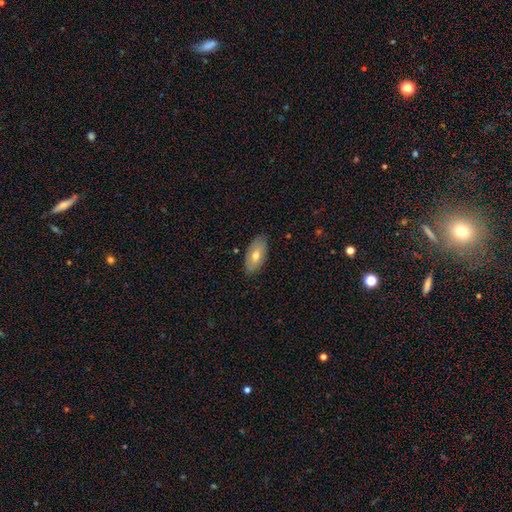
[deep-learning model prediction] This appears to be a smooth galaxy with no disk features (65%) that is in between round and cigar-shaped (92%). Merging: none (83%).